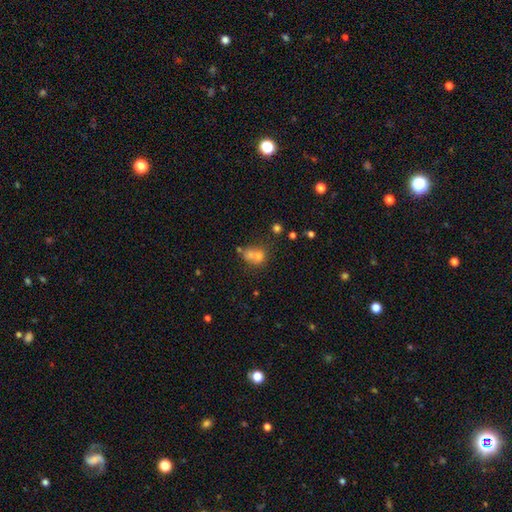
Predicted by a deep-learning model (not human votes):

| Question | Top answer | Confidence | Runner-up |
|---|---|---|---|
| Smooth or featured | smooth | 69% | featured or disk (17%) |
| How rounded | round | 66% | in between (33%) |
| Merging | merger | 57% | none (29%) |